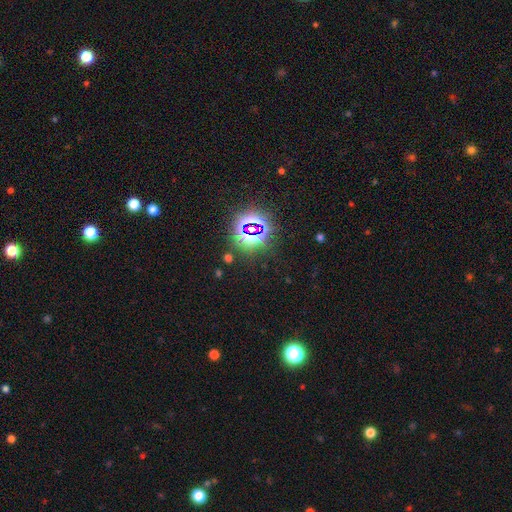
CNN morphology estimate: A star or artifact, not a galaxy (81%).